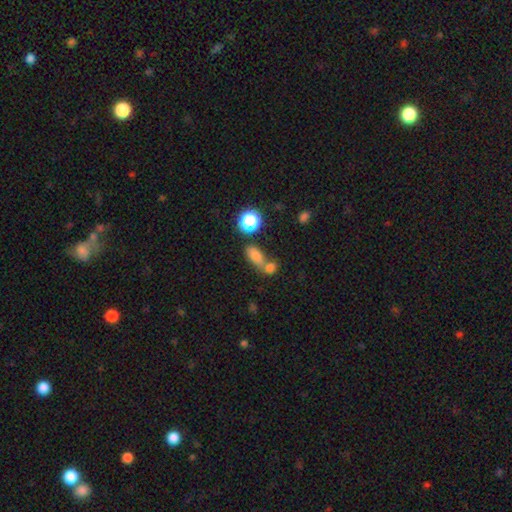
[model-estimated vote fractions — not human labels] smooth_or_featured: smooth (p=0.73) [alt: star or artifact p=0.17]
how_rounded: in between (p=0.78) [alt: round p=0.15]
merging: merger (p=0.48) [alt: none p=0.37]